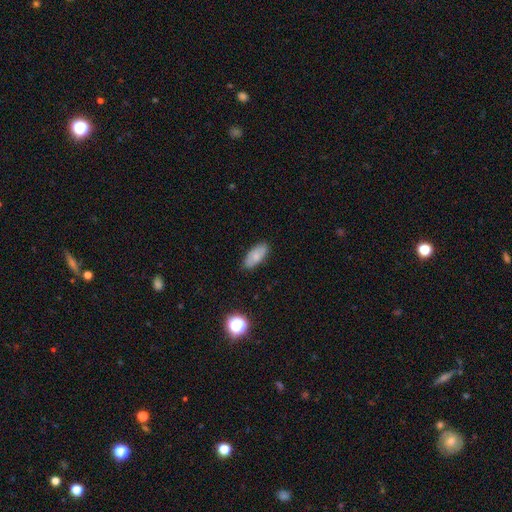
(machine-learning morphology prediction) Overall: smooth (76%). How rounded: in between (87%). Merging: none (83%).